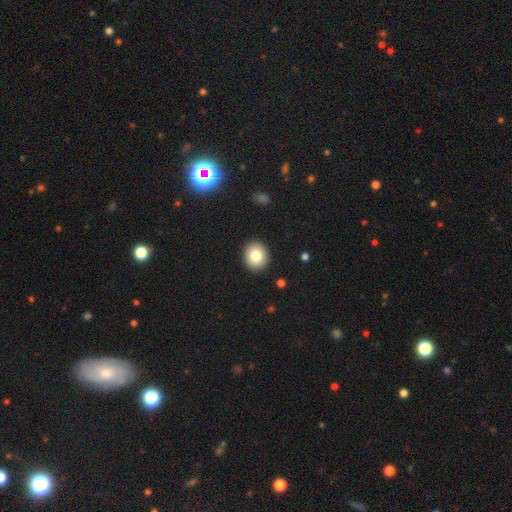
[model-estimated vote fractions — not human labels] Overall: smooth (80%). How rounded: round (78%). Merging: none (91%).